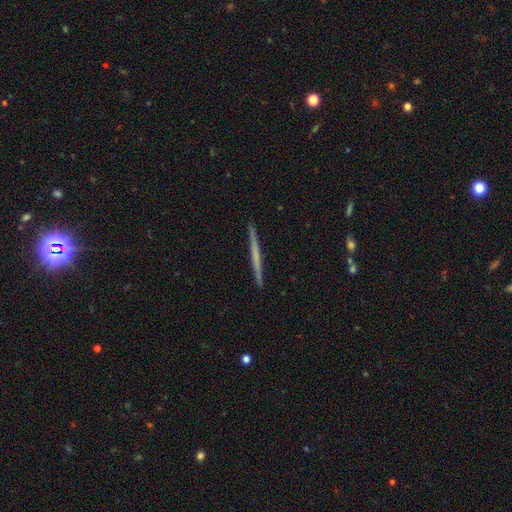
Overall: featured or disk (56%; smooth 44%). Edge-on disk: yes (100%). Edge-on bulge: none (91%). Merging: none (92%).